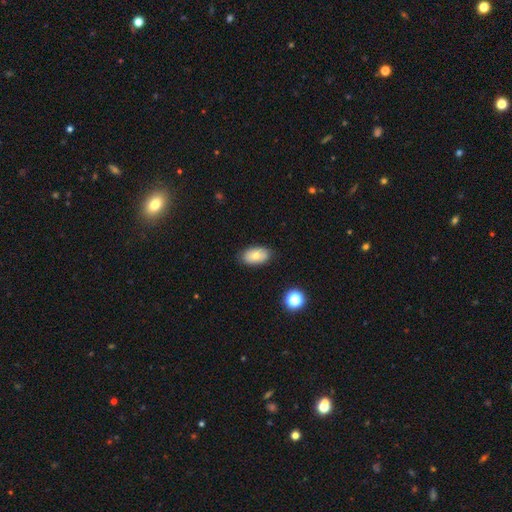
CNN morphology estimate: smooth_or_featured: smooth (p=0.75) [alt: featured or disk p=0.17]
how_rounded: in between (p=0.92) [alt: round p=0.06]
merging: none (p=0.84) [alt: minor disturbance p=0.12]